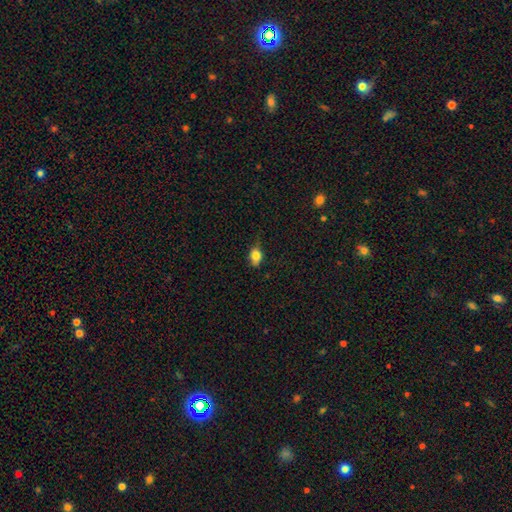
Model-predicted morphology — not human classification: smooth-or-featured: smooth: 78% | featured or disk: 12% | star or artifact: 10%
  how-rounded: in between: 70% | round: 27% | cigar-shaped: 3%
  merging: none: 63% | minor disturbance: 30% | major disturbance: 6% | merger: 1%